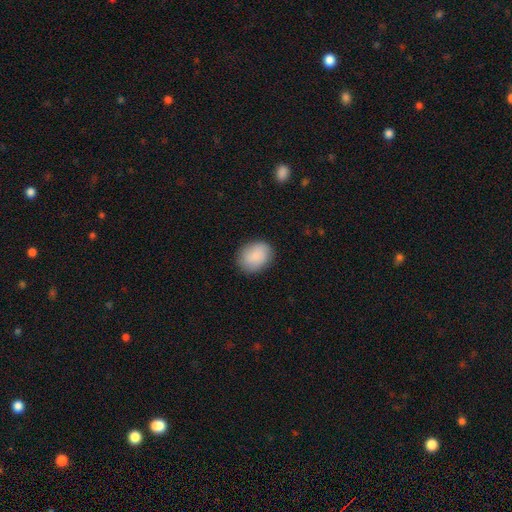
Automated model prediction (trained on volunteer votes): This is clearly a smooth galaxy (88%). How rounded: possibly in between (57%). Merging: clearly none (86%).